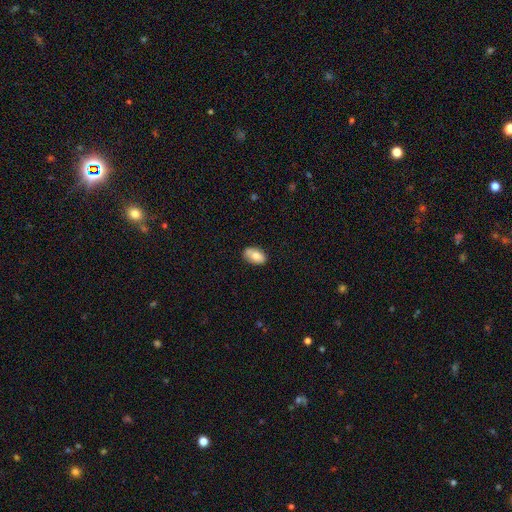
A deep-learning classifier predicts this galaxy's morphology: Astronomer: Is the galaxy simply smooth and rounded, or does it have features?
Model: smooth — 77%.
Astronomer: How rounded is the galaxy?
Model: in between — 91%.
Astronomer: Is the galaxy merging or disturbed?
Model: none — 74%.